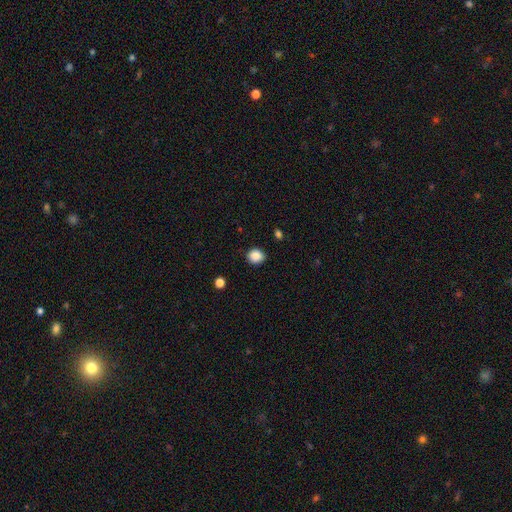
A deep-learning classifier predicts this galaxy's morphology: Smooth or featured? Predicted: smooth (p=0.88). How rounded? Predicted: round (p=0.72). Merging? Predicted: none (p=0.87).